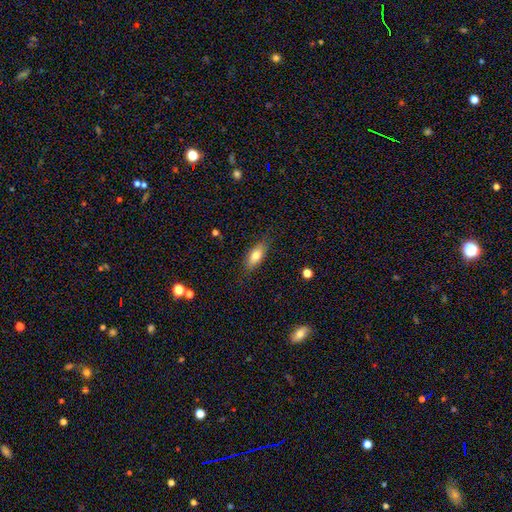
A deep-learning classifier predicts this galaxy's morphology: This appears to be a smooth galaxy with no disk features (75%) that is in between round and cigar-shaped (77%). Merging: none (82%).